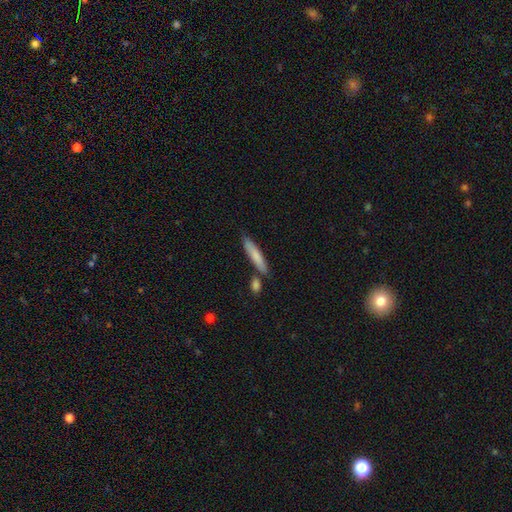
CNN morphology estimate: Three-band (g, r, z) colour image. It shows a smooth galaxy with no disk features (76%) that is cigar-shaped (88%). Merging: none (75%).